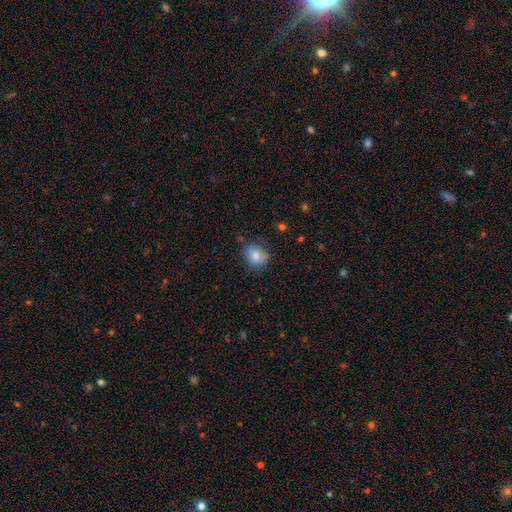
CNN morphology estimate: A smooth galaxy with no disk features (80%) that is round (69%). Merging: none (71%).